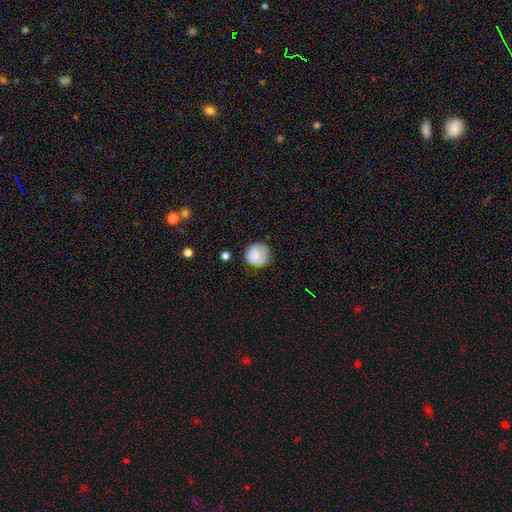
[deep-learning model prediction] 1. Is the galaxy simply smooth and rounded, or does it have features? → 83% smooth, 9% featured or disk, 8% star or artifact.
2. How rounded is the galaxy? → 90% round, 9% in between, 1% cigar-shaped.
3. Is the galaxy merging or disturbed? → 73% none, 21% minor disturbance, 5% major disturbance, 2% merger.